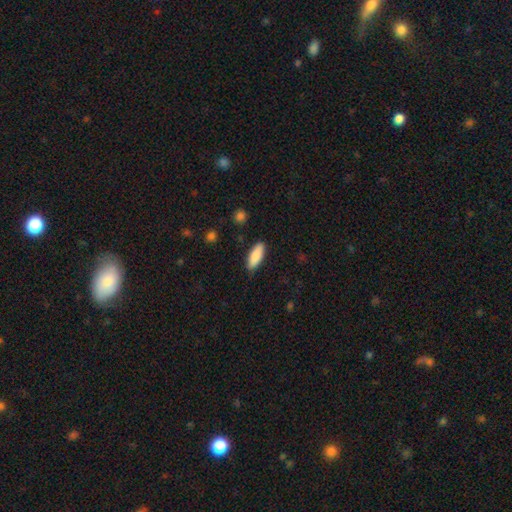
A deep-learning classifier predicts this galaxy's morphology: This is clearly a smooth galaxy (86%). How rounded: likely in between (68%). Merging: clearly none (87%).